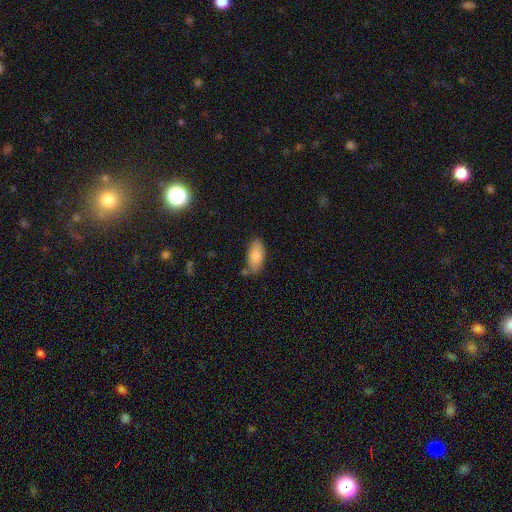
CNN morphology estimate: Overall: smooth (83%). How rounded: in between (92%). Merging: none (74%).